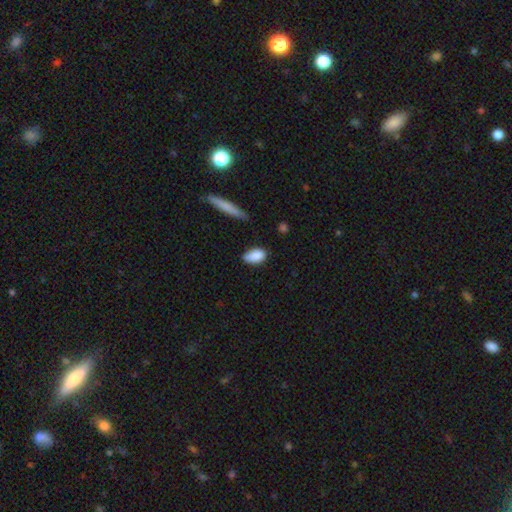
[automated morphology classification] The model was most divided on "merging": none: 68%, minor disturbance: 25%, major disturbance: 4%, merger: 3%. More confident: how rounded — in between (91%); smooth or featured — smooth (87%).